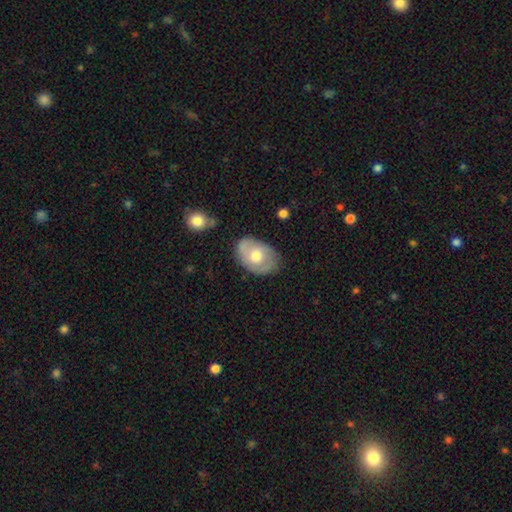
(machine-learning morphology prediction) type=smooth (49%); merging=none (70%).